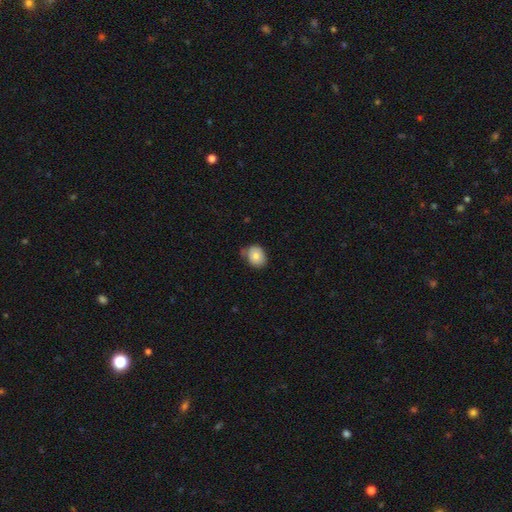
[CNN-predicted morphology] smooth 81%, featured or disk 11%, star or artifact 8%. Down the decision tree: how rounded — in between (55%); merging — none (62%).